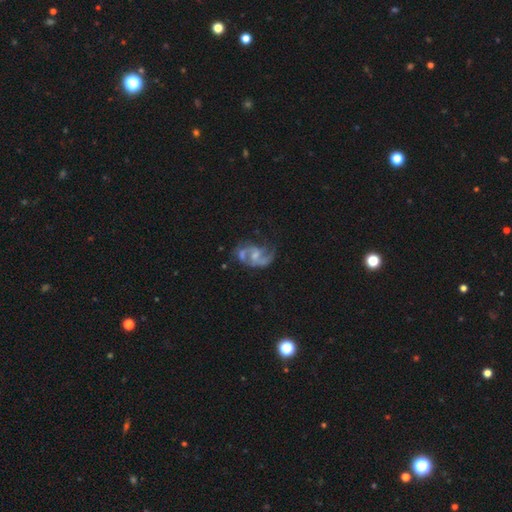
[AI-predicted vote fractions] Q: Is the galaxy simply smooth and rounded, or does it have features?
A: featured or disk — 82%.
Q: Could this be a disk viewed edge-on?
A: no — 98%.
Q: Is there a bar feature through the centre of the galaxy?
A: no — 45%, tied with weak.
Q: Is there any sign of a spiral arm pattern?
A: yes — 90%.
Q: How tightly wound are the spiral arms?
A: medium — 49%.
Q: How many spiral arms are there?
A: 2 — 73%.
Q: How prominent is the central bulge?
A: small — 42%.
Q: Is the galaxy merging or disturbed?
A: none — 44%.